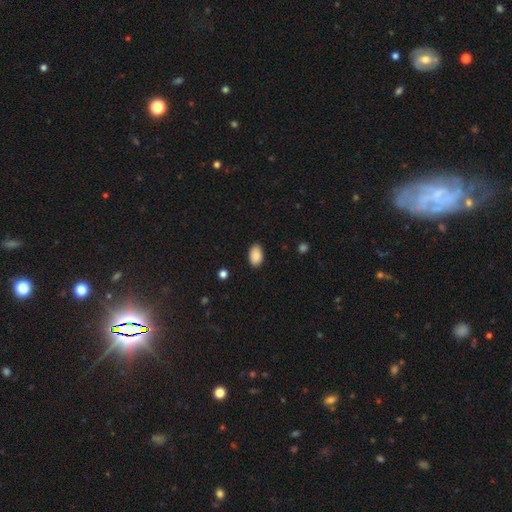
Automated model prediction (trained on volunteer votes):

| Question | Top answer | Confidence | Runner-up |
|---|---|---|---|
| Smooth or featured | smooth | 89% | star or artifact (7%) |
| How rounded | in between | 93% | round (6%) |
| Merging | none | 88% | minor disturbance (9%) |